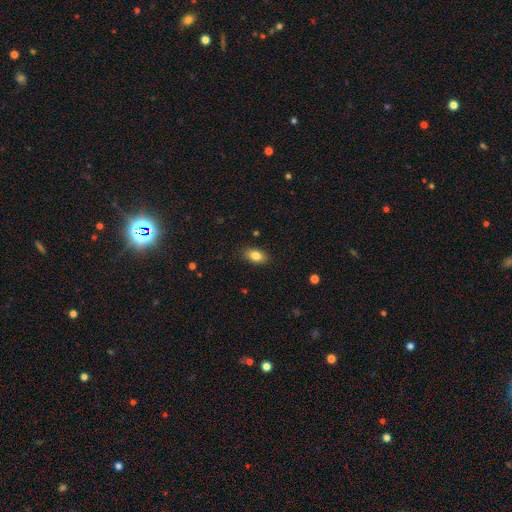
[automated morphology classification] Smooth or featured: smooth — 84% (star or artifact — 8%)
How rounded: in between — 89% (round — 8%)
Merging: none — 87% (minor disturbance — 10%)